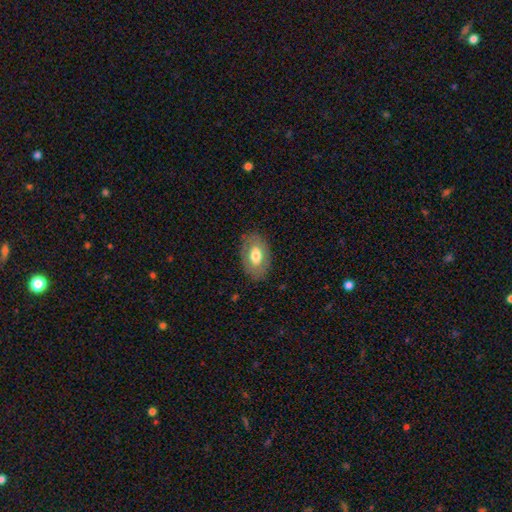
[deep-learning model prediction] Morphology: type=smooth (63%); roundness=in between (88%); merging=none (82%).